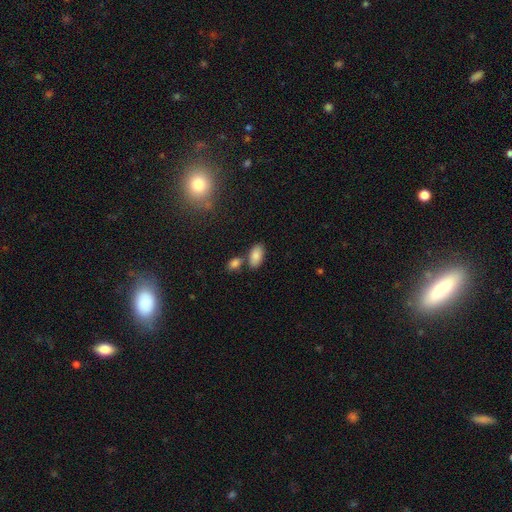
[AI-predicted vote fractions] Q: Smooth or featured?
A: smooth (85%); runner-up: star or artifact (8%)
Q: How rounded?
A: in between (94%); runner-up: round (4%)
Q: Merging?
A: none (64%); runner-up: merger (21%)